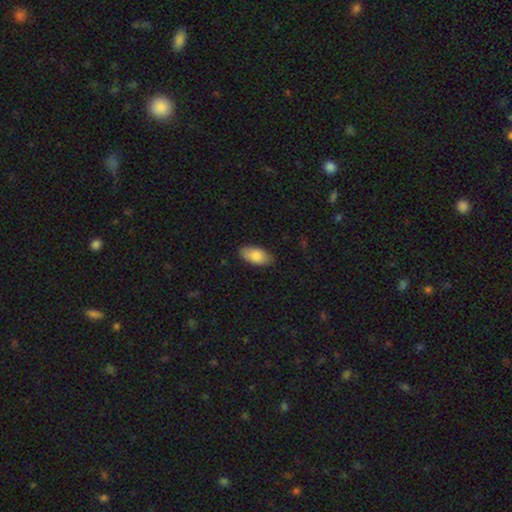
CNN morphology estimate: Smooth or featured?
  - smooth: 83% *
  - featured or disk: 10%
  - star or artifact: 6%
How rounded?
  - in between: 93% *
  - cigar-shaped: 5%
  - round: 3%
Merging?
  - none: 84% *
  - minor disturbance: 13%
  - major disturbance: 2%
  - merger: 1%